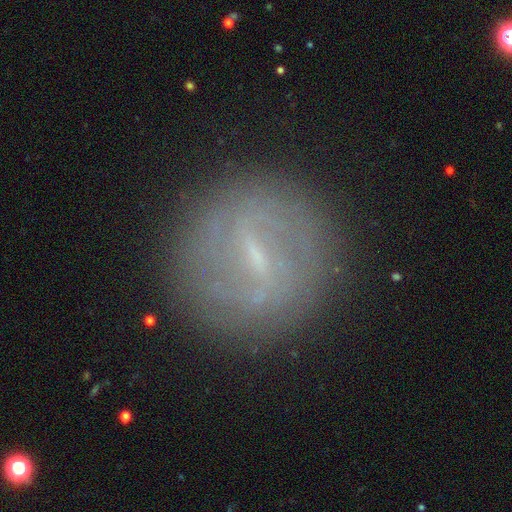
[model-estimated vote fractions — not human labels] Smooth or featured? Predicted: featured or disk (p=0.73). Edge-on disk? Predicted: no (p=0.93). Bar? Predicted: strong (p=0.50). Spiral arms? Predicted: yes (p=0.66). Bulge size? Predicted: small (p=0.66). Merging? Predicted: none (p=0.84).